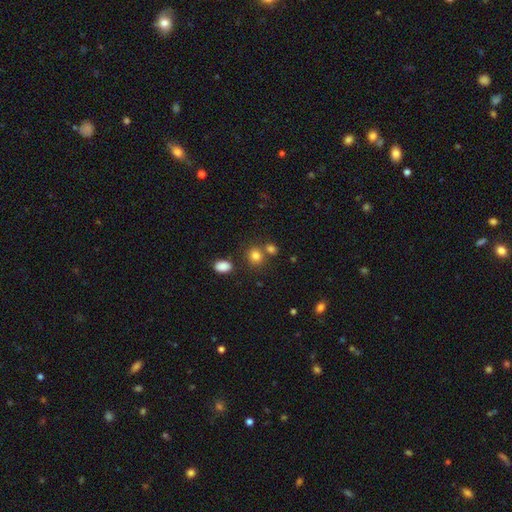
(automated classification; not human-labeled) This is clearly a smooth galaxy (81%). How rounded: likely round (75%). Merging: likely none (68%).